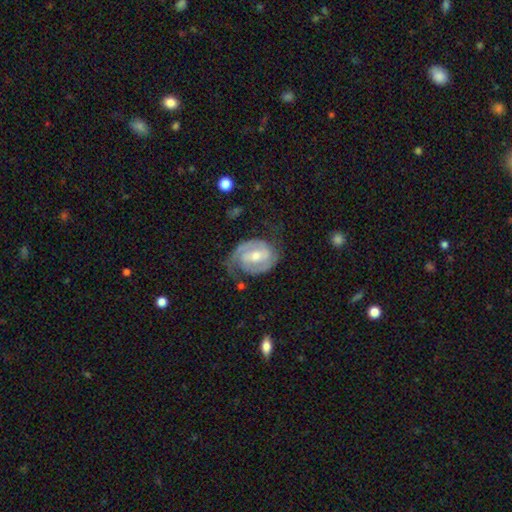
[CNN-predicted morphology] type=featured or disk (87%); edge-on=no (97%); bar=weak (47%); spiral arms=yes (95%); winding=tight (55%); arm count=2 (81%); bulge=moderate (61%); merging=none (67%).